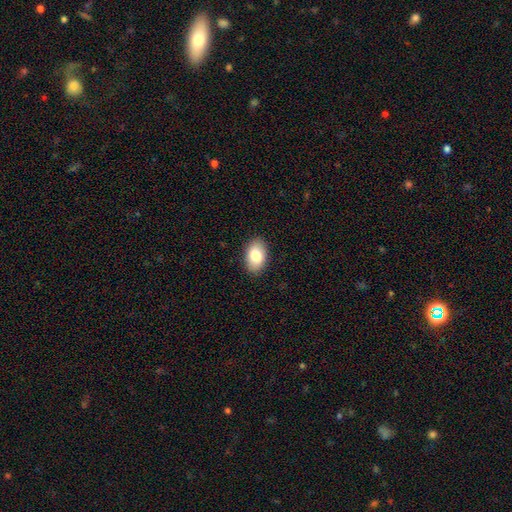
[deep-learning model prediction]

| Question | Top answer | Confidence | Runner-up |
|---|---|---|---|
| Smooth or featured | smooth | 82% | featured or disk (11%) |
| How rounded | in between | 91% | round (8%) |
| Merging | none | 89% | minor disturbance (8%) |